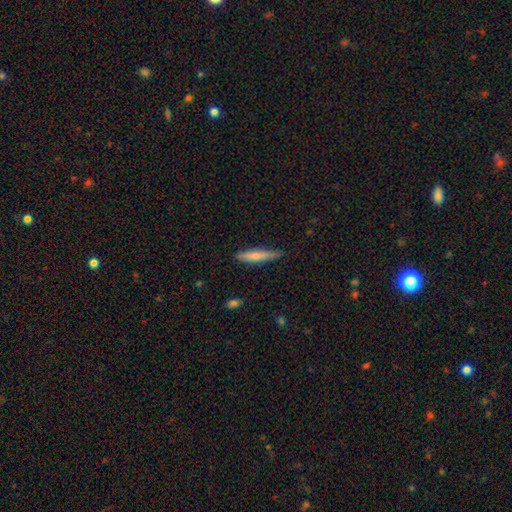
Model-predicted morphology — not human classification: This appears to be a smooth galaxy with no disk features (70%) that is cigar-shaped (87%). Merging: none (77%).